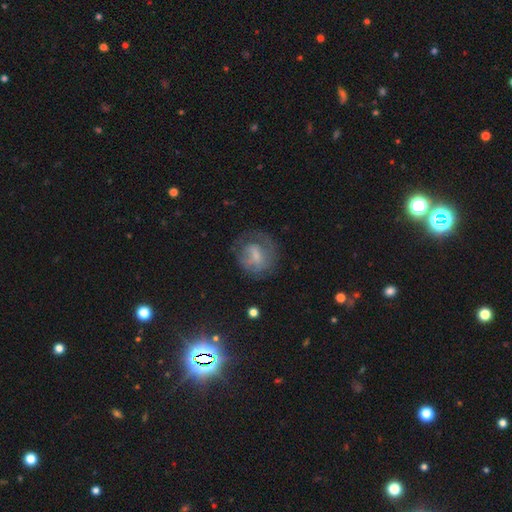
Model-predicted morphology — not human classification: Smooth or featured: featured or disk — 49% (smooth — 40%)
Merging: none — 55% (minor disturbance — 22%)